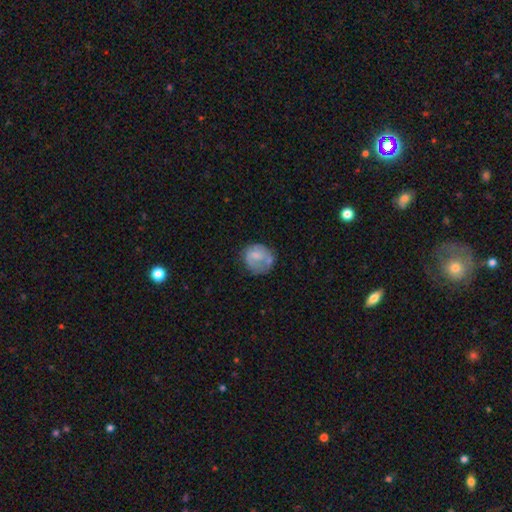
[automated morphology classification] This is possibly a smooth galaxy (58%). How rounded: likely round (76%). Merging: possibly none (49%).